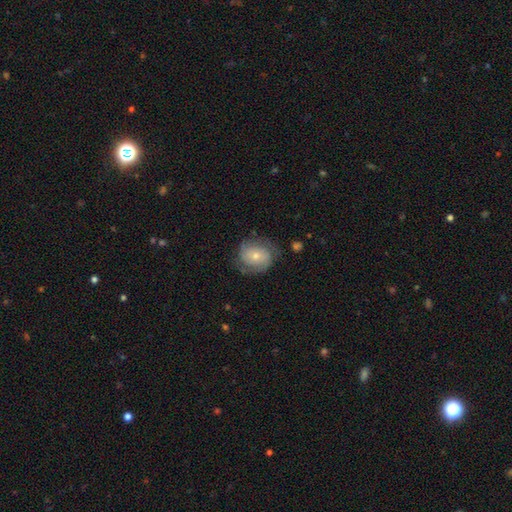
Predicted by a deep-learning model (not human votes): A featured or disk galaxy (51%). Merging: none (66%).